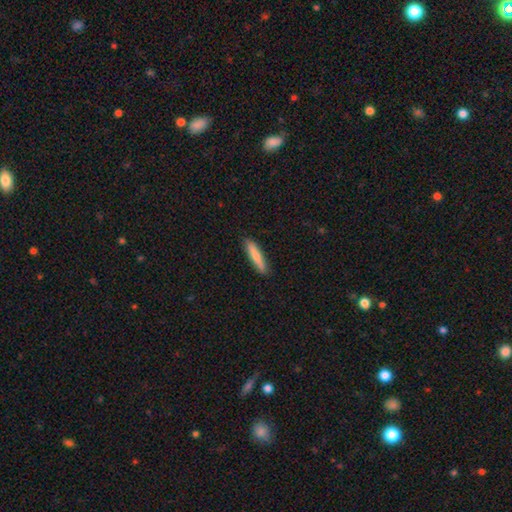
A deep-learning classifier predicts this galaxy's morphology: smooth-or-featured: smooth: 74% | featured or disk: 20% | star or artifact: 5%
  how-rounded: cigar-shaped: 87% | in between: 11% | round: 1%
  merging: none: 88% | minor disturbance: 9% | major disturbance: 2% | merger: 1%